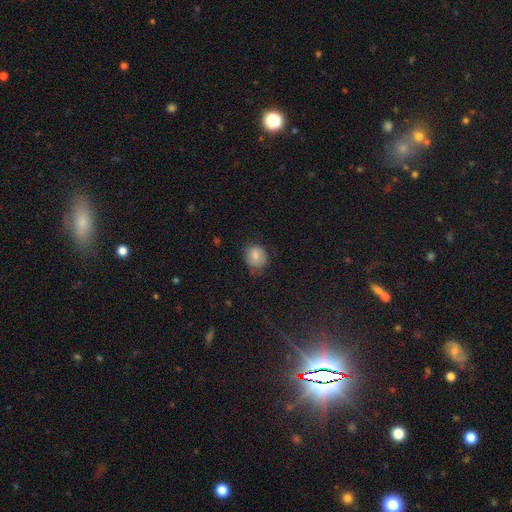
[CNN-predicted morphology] Smooth or featured? Predicted: smooth (p=0.80). How rounded? Predicted: round (p=0.73). Merging? Predicted: none (p=0.71).